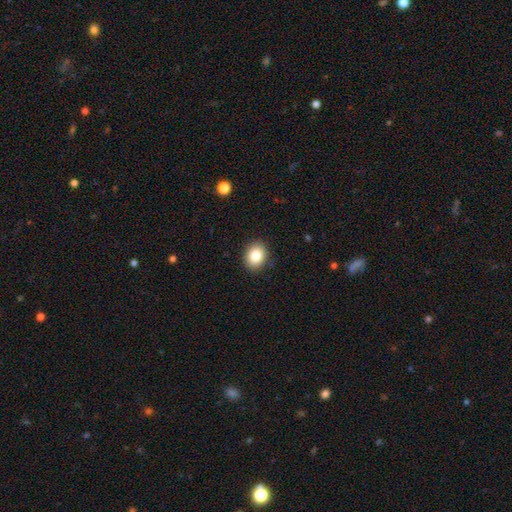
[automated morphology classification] A smooth galaxy with no disk features (85%) that is round (52%). Merging: none (90%).